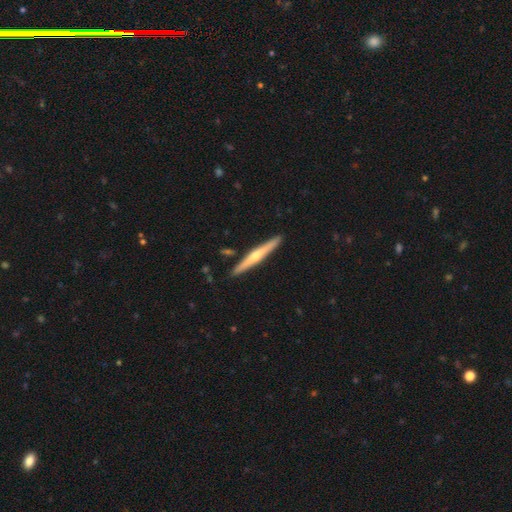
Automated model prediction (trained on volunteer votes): featured or disk 63%, smooth 32%, star or artifact 5%. Down the decision tree: edge-on disk — yes (97%); edge-on bulge — rounded (80%); merging — none (90%).